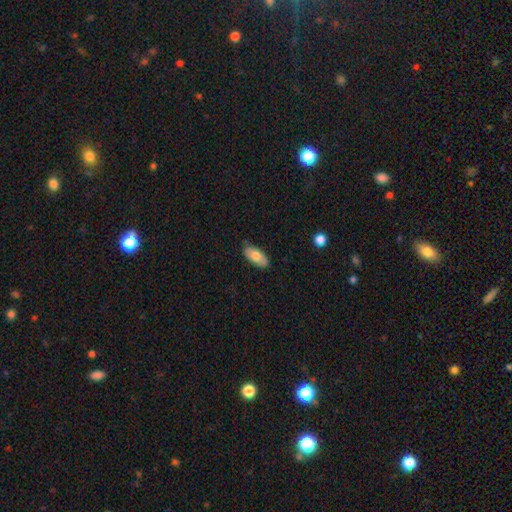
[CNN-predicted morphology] Overall: smooth (75%). How rounded: in between (90%). Merging: none (83%).